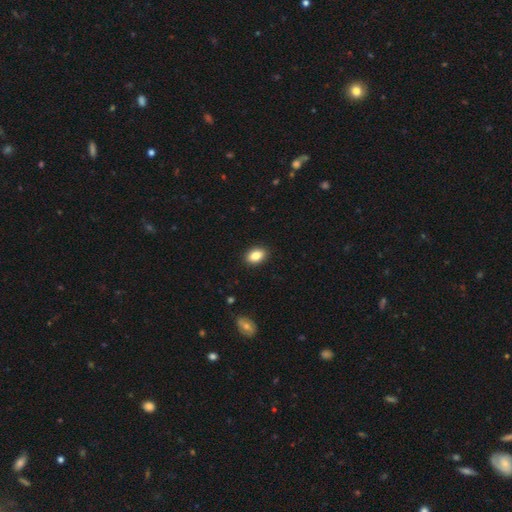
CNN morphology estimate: Smooth or featured: smooth — 86% (star or artifact — 8%)
How rounded: in between — 87% (round — 12%)
Merging: none — 90% (minor disturbance — 7%)